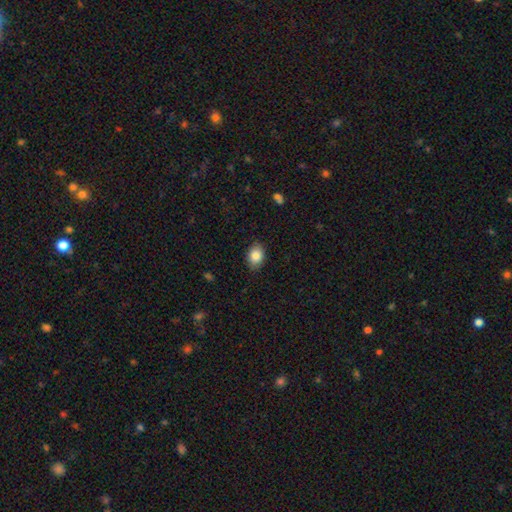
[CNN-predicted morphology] Smooth or featured: smooth — 86% (star or artifact — 8%)
How rounded: in between — 78% (round — 21%)
Merging: none — 86% (minor disturbance — 10%)